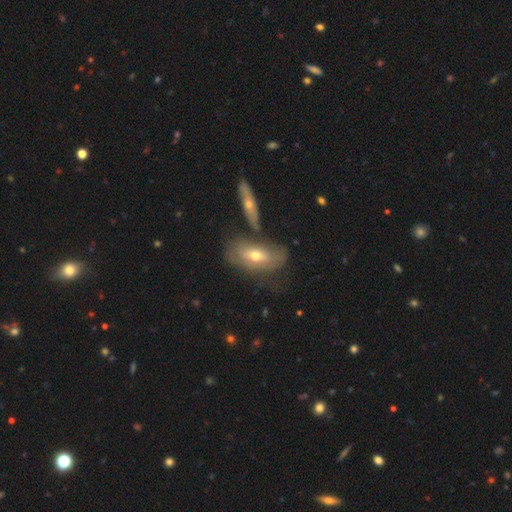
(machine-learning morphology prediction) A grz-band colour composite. It shows a featured or disk galaxy (51%). Merging: none (53%).